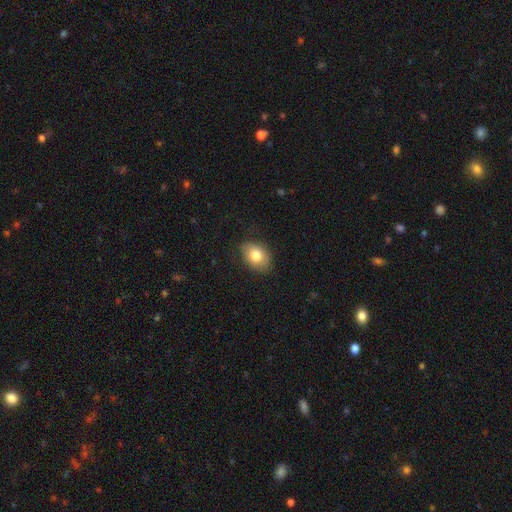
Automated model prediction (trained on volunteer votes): Overall: smooth (79%). How rounded: in between (73%). Merging: none (78%).